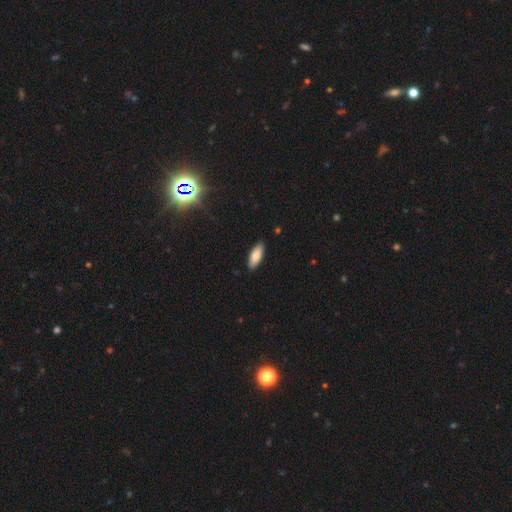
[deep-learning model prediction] Overall: smooth (81%). How rounded: in between (72%). Merging: none (88%).